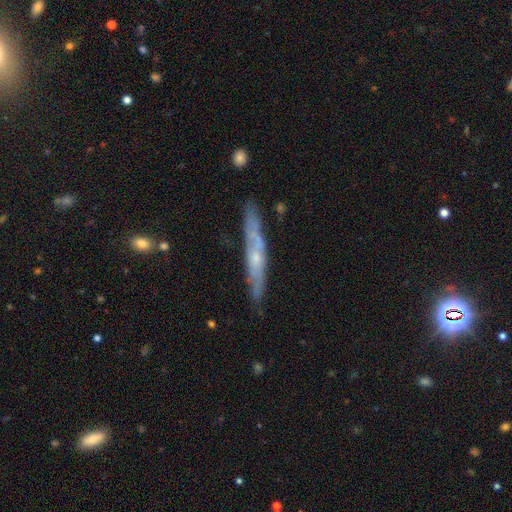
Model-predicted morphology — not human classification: Smooth or featured?
  - featured or disk: 65% *
  - smooth: 29%
  - star or artifact: 6%
Edge-on disk?
  - yes: 79% *
  - no: 21%
Edge-on bulge?
  - rounded: 53% *
  - none: 43%
  - boxy: 4%
Merging?
  - none: 76% *
  - minor disturbance: 18%
  - major disturbance: 3%
  - merger: 3%